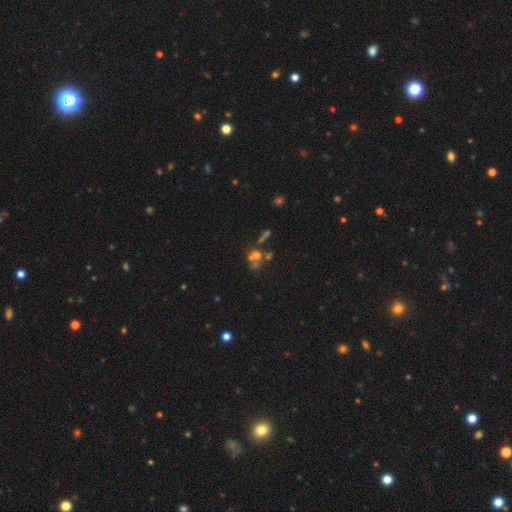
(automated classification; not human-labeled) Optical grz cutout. It shows a smooth galaxy with no disk features (39%). Merging: merger (46%).